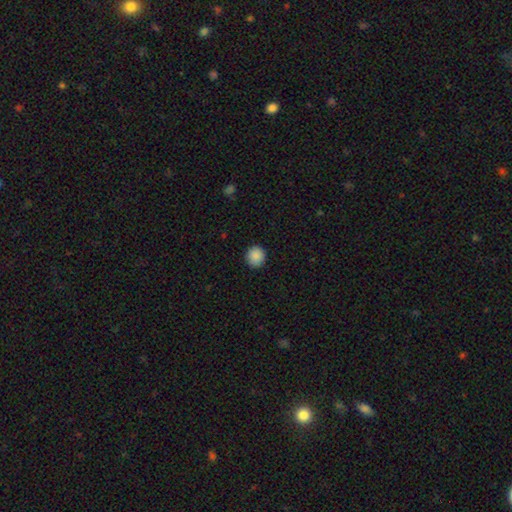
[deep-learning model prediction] The model was most divided on "smooth or featured": smooth: 89%, star or artifact: 8%, featured or disk: 3%. More confident: how rounded — round (91%); merging — none (91%).